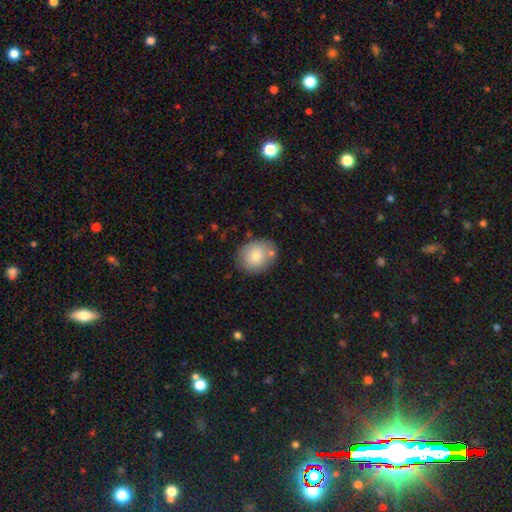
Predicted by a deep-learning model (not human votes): Smooth or featured? smooth (80%)
How rounded? round (61%)
Merging? none (71%)